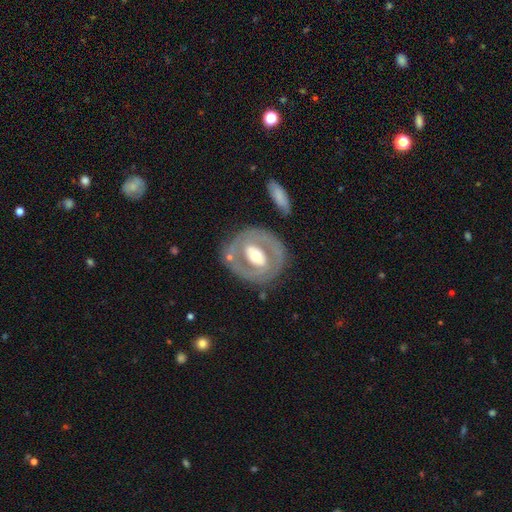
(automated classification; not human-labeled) featured or disk 71%, smooth 24%, star or artifact 5%. Down the decision tree: edge-on disk — no (95%); bar — no (40%); spiral arms — no (61%); bulge size — moderate (66%); merging — none (75%).